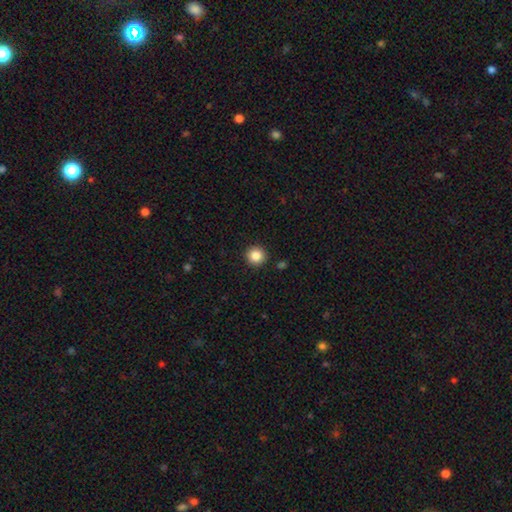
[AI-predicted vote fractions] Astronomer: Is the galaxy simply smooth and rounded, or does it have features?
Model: smooth — 86%.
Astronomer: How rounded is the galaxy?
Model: round — 95%.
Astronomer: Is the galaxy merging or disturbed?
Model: none — 92%.